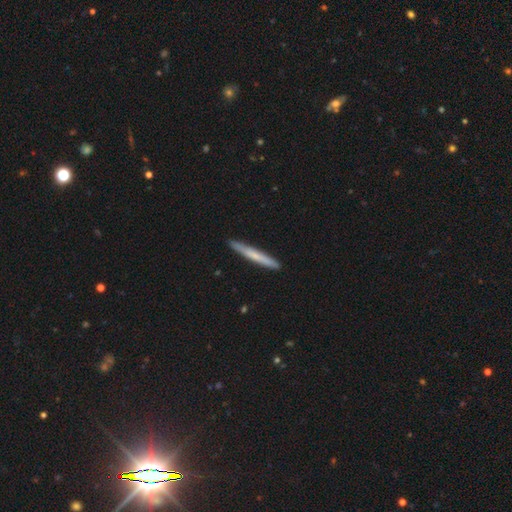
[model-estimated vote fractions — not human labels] This is possibly a smooth galaxy (59%). How rounded: clearly cigar-shaped (97%). Merging: clearly none (91%).